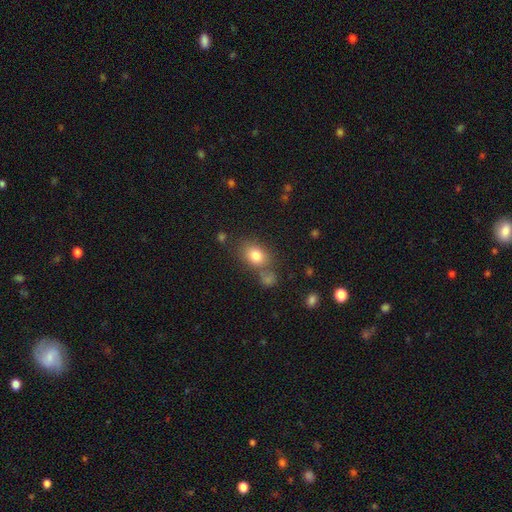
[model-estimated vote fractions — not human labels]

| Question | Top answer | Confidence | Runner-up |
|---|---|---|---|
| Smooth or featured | smooth | 81% | star or artifact (10%) |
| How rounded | in between | 69% | round (30%) |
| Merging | none | 61% | merger (18%) |